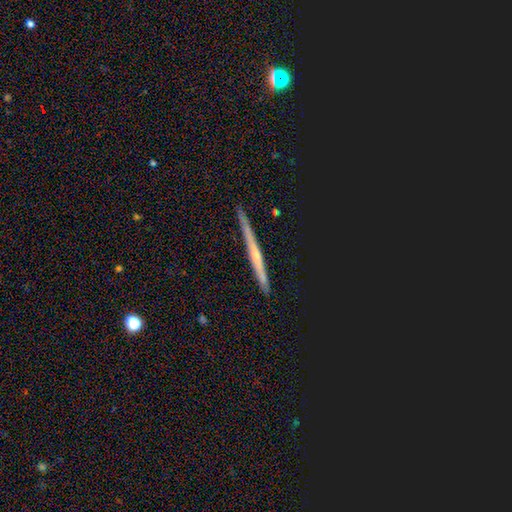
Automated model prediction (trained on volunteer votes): A featured or disk galaxy (55%) viewed edge-on (96%) with no central bulge (56%). Merging: none (90%).